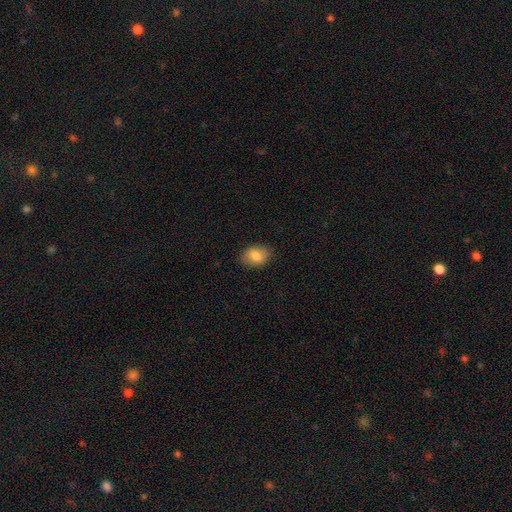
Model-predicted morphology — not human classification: The model was most divided on "how rounded": in between: 74%, round: 25%, cigar-shaped: 1%. More confident: merging — none (84%); smooth or featured — smooth (81%).